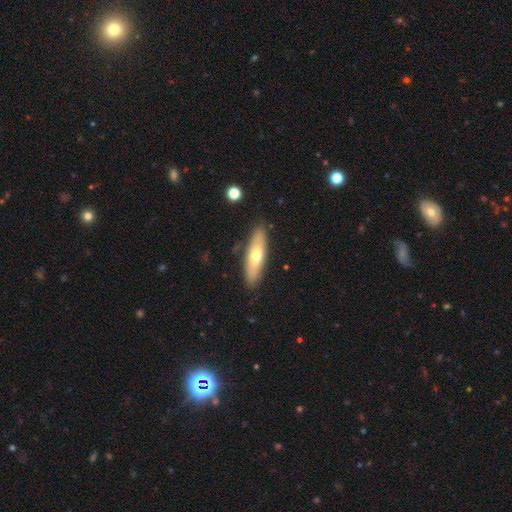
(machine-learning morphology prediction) smooth_or_featured: smooth (p=0.58) [alt: featured or disk p=0.36]
how_rounded: cigar-shaped (p=0.60) [alt: in between p=0.38]
merging: none (p=0.85) [alt: minor disturbance p=0.11]